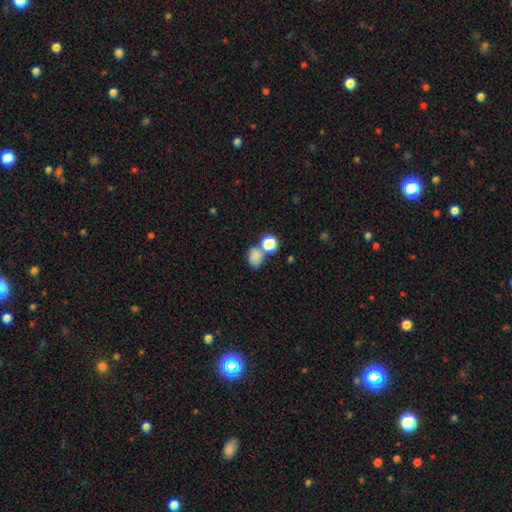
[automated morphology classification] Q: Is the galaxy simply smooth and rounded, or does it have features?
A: smooth — 78%.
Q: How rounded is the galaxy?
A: in between — 57%.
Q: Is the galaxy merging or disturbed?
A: none — 48%.